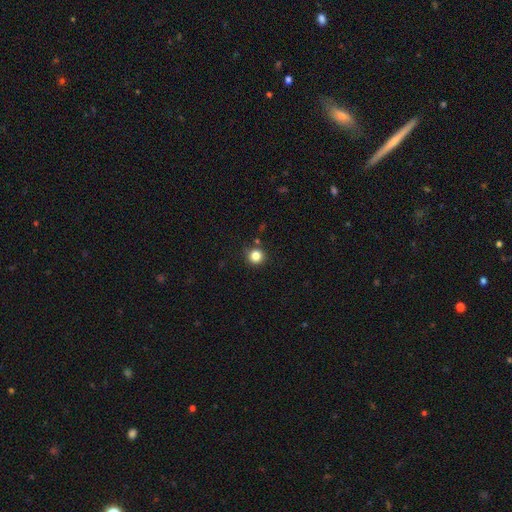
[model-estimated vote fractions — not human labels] This is clearly a smooth galaxy (83%). How rounded: clearly round (94%). Merging: clearly none (87%).